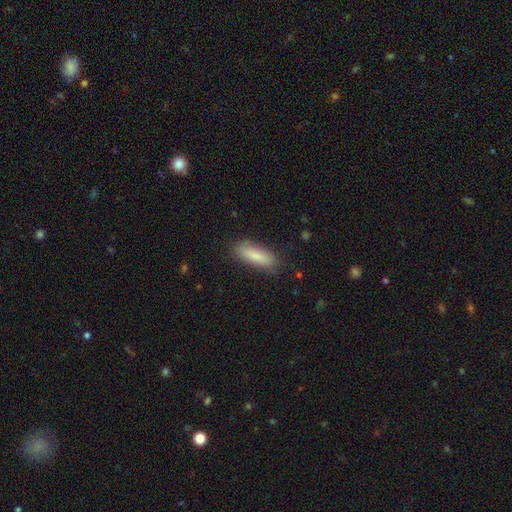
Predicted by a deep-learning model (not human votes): Smooth or featured? Predicted: smooth (p=0.84). How rounded? Predicted: in between (p=0.53). Merging? Predicted: none (p=0.83).